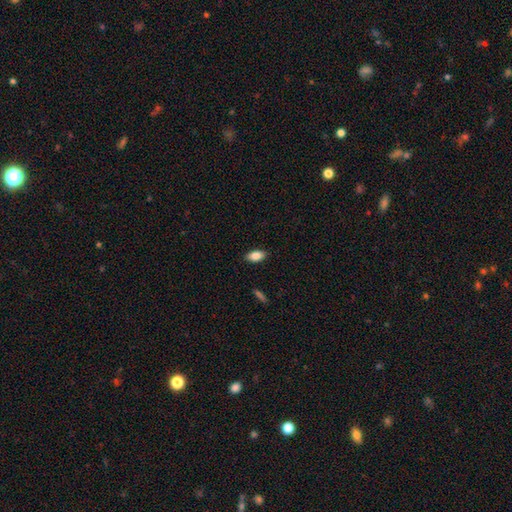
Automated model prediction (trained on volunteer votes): Smooth or featured: smooth — 86% (star or artifact — 7%)
How rounded: in between — 91% (cigar-shaped — 5%)
Merging: none — 88% (minor disturbance — 9%)